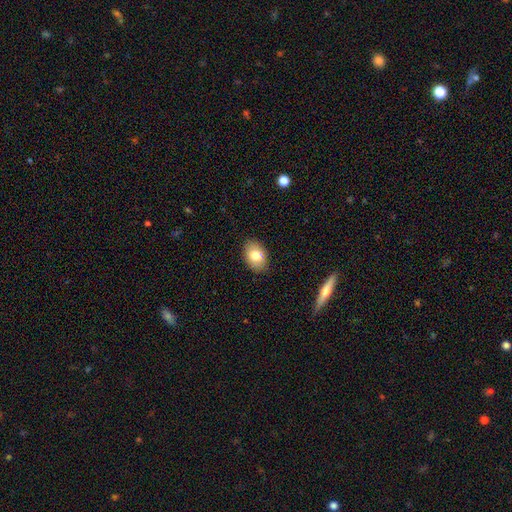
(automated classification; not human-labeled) This is likely a smooth galaxy (80%). How rounded: clearly in between (84%). Merging: clearly none (87%).